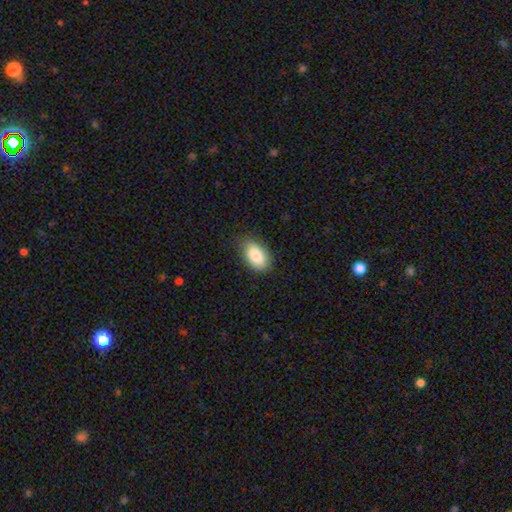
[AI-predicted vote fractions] Q: Smooth or featured?
A: smooth (85%); runner-up: featured or disk (8%)
Q: How rounded?
A: in between (92%); runner-up: round (7%)
Q: Merging?
A: none (81%); runner-up: minor disturbance (15%)